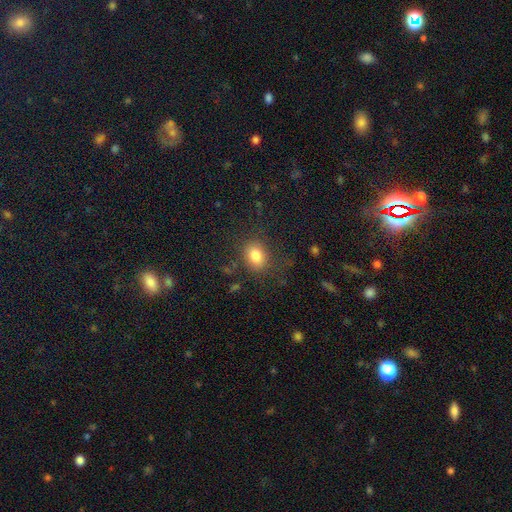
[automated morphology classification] smooth_or_featured: smooth (p=0.82) [alt: star or artifact p=0.10]
how_rounded: in between (p=0.65) [alt: round p=0.34]
merging: none (p=0.76) [alt: minor disturbance p=0.15]